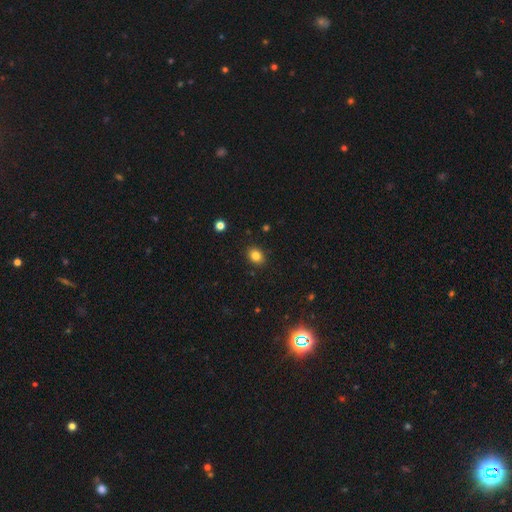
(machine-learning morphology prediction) The model was most divided on "how rounded": round: 52%, in between: 47%, cigar-shaped: 1%. More confident: merging — none (89%); smooth or featured — smooth (82%).